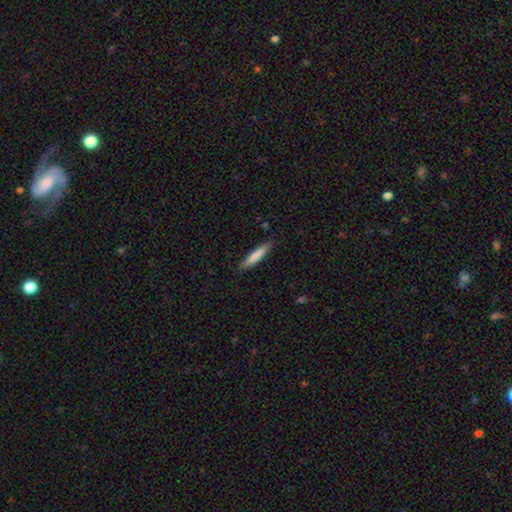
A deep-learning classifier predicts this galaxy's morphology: This appears to be a smooth galaxy with no disk features (79%) that is cigar-shaped (88%). Merging: none (86%).